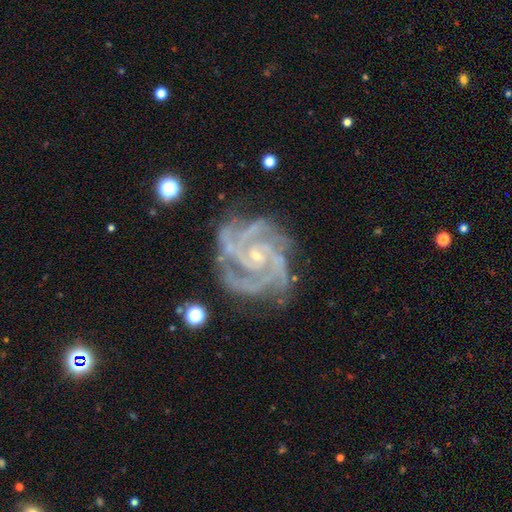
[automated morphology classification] This is clearly a featured or disk galaxy (92%). It is clearly not viewed edge-on (98%). Bar: likely no (67%). Spiral arm pattern: clearly yes (99%). Spiral arm count: marginally 3 (39%). Spiral winding: likely tight (68%). Central bulge: likely small (79%). Merging: likely none (74%).